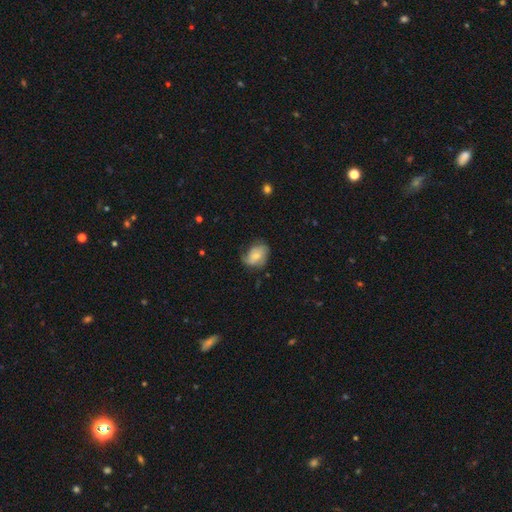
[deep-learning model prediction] Overall: smooth (52%; featured or disk 40%). How rounded: in between (66%; round 33%). Merging: none (52%; minor disturbance 33%).